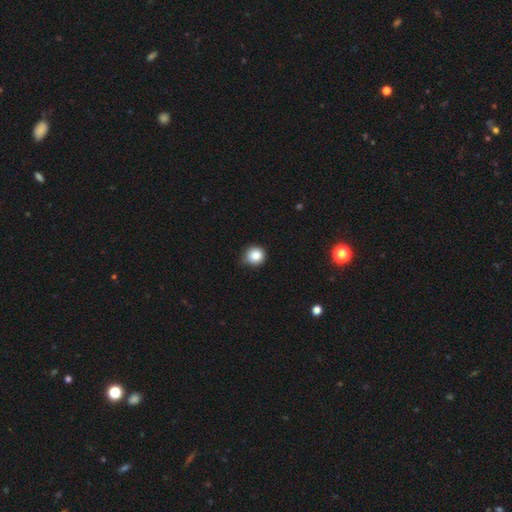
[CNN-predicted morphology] This appears to be a smooth galaxy with no disk features (85%) that is round (89%). Merging: none (76%).